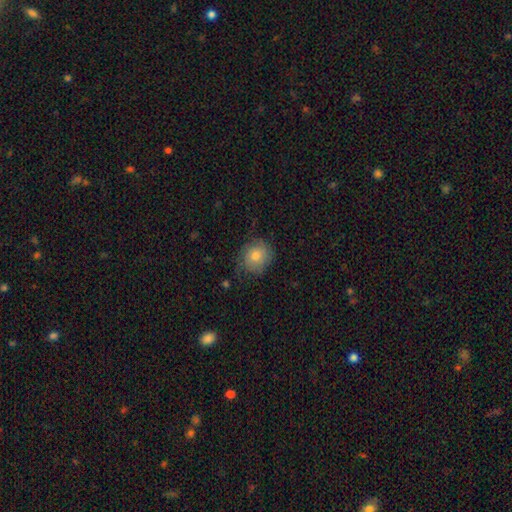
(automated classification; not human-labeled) A smooth galaxy with no disk features (73%) that is round (78%). Merging: none (68%).